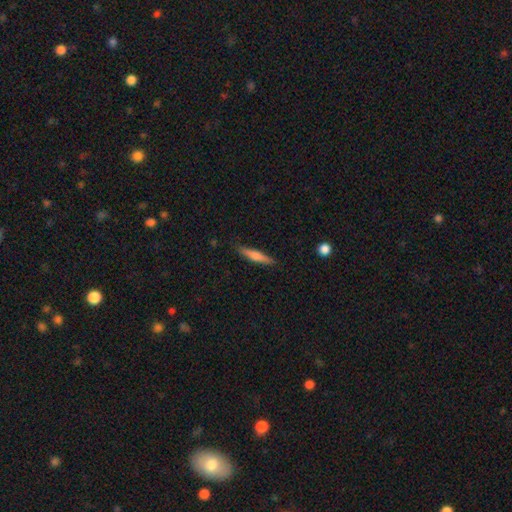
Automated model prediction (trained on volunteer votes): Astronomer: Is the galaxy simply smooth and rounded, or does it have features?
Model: smooth — 60%.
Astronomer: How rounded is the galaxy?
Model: cigar-shaped — 89%.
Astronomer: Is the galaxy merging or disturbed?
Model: none — 87%.